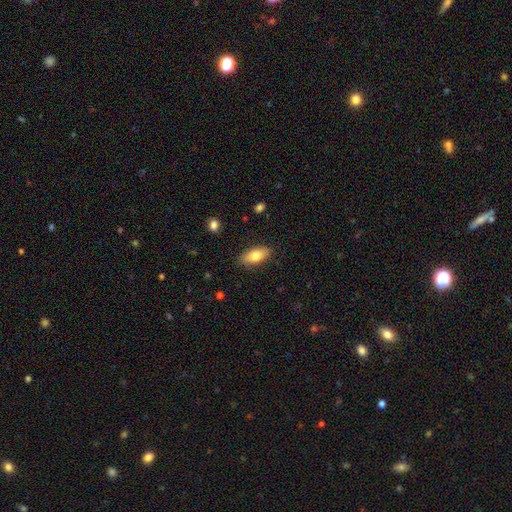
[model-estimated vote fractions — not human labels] Smooth or featured?
  - smooth: 76% *
  - featured or disk: 17%
  - star or artifact: 6%
How rounded?
  - in between: 84% *
  - cigar-shaped: 13%
  - round: 3%
Merging?
  - none: 85% *
  - minor disturbance: 11%
  - major disturbance: 2%
  - merger: 1%